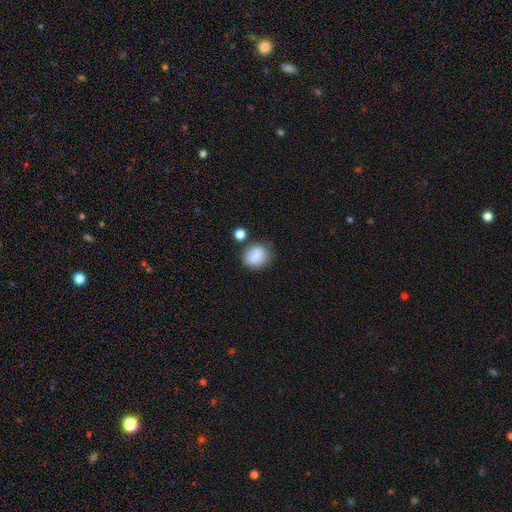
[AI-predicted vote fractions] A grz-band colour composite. It shows a smooth galaxy with no disk features (86%) that is round (64%). Merging: none (71%).